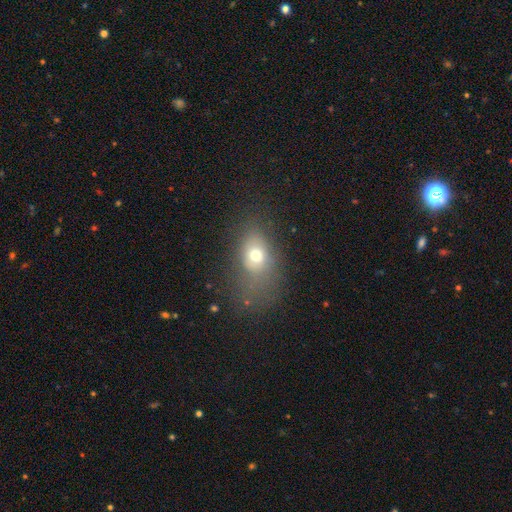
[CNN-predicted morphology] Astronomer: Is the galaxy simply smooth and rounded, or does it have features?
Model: smooth — 68%.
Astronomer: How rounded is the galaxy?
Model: in between — 71%.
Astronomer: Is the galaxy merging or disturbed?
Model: none — 53%.